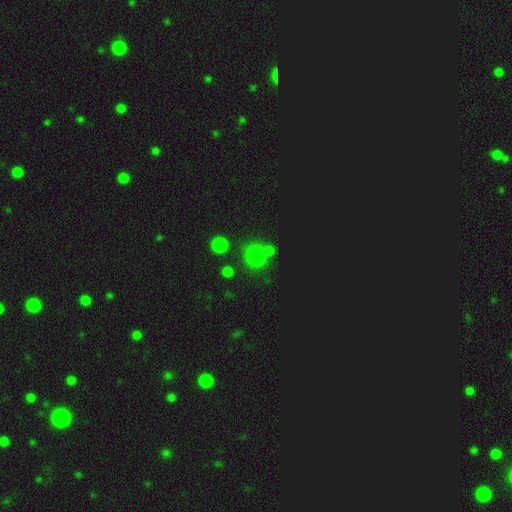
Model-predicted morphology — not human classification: smooth-or-featured: smooth: 71% | star or artifact: 23% | featured or disk: 6%
  how-rounded: round: 80% | in between: 19% | cigar-shaped: 1%
  merging: none: 65% | merger: 20% | minor disturbance: 10% | major disturbance: 4%